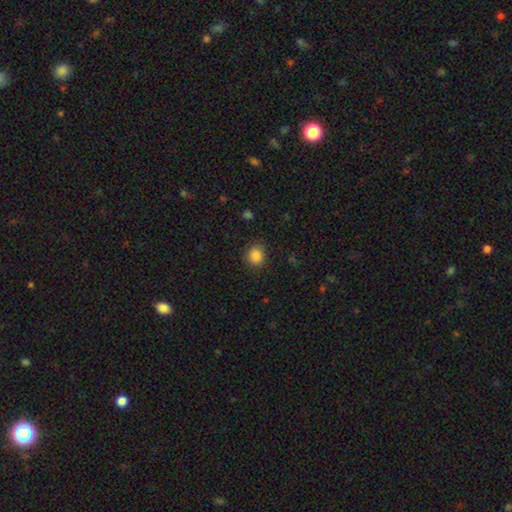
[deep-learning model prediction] Smooth or featured? smooth (87%)
How rounded? round (65%)
Merging? none (85%)